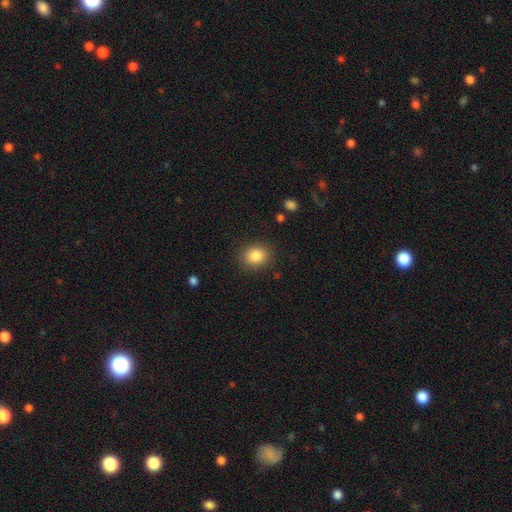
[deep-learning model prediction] Smooth or featured?
  - smooth: 84% *
  - star or artifact: 10%
  - featured or disk: 6%
How rounded?
  - round: 61% *
  - in between: 39%
  - cigar-shaped: 1%
Merging?
  - none: 87% *
  - minor disturbance: 9%
  - major disturbance: 3%
  - merger: 1%